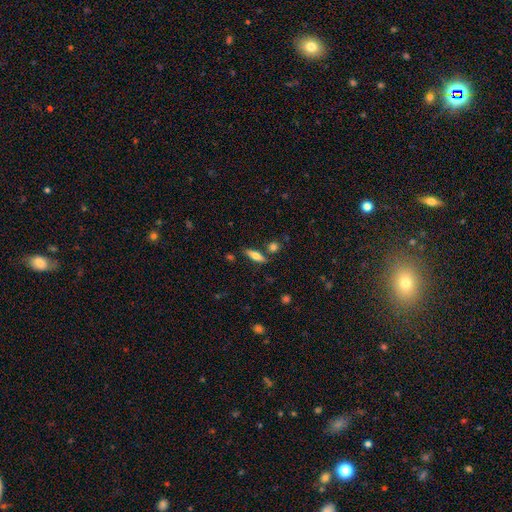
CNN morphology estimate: smooth 61%, featured or disk 31%, star or artifact 8%. Down the decision tree: how rounded — cigar-shaped (57%); merging — none (79%).